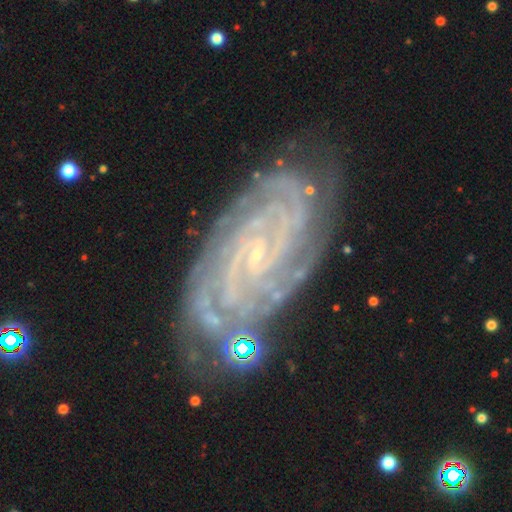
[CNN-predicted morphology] This appears to be a featured or disk galaxy (89%) with no bar (60%), 4 (23%) tight (81%) spiral arms (98%) and a small central bulge (86%). Merging: none (77%).